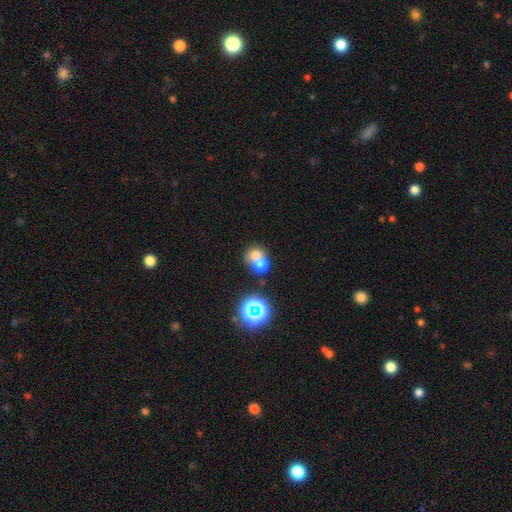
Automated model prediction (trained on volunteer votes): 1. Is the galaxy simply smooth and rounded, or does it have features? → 65% smooth, 18% featured or disk, 17% star or artifact.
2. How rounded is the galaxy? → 70% round, 29% in between, 1% cigar-shaped.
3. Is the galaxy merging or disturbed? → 57% merger, 33% none, 7% minor disturbance, 4% major disturbance.